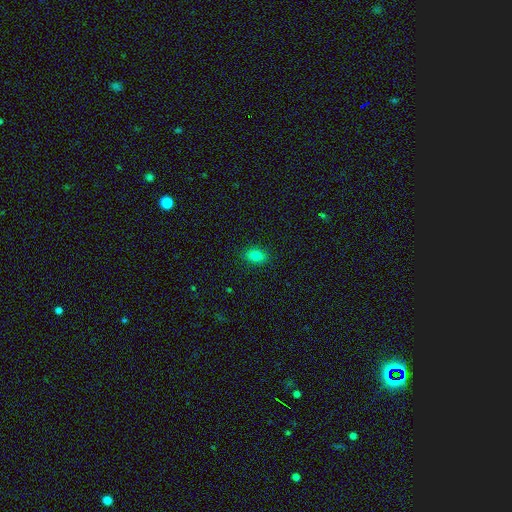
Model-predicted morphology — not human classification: Q: Smooth or featured?
A: smooth (84%); runner-up: star or artifact (11%)
Q: How rounded?
A: in between (85%); runner-up: round (13%)
Q: Merging?
A: none (88%); runner-up: minor disturbance (8%)